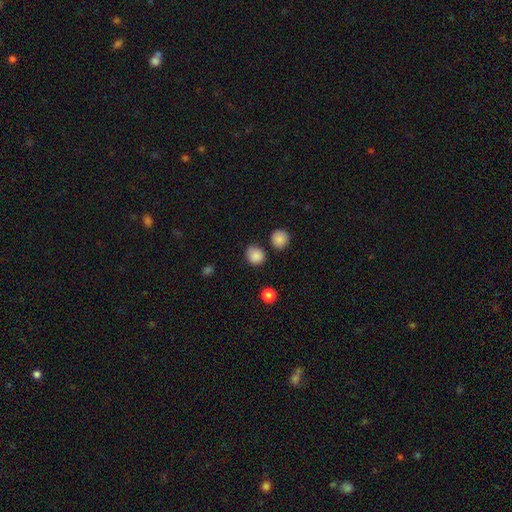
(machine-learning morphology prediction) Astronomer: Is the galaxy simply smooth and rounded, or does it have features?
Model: smooth — 86%.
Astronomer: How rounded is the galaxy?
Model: round — 77%.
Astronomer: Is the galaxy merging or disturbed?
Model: none — 77%.